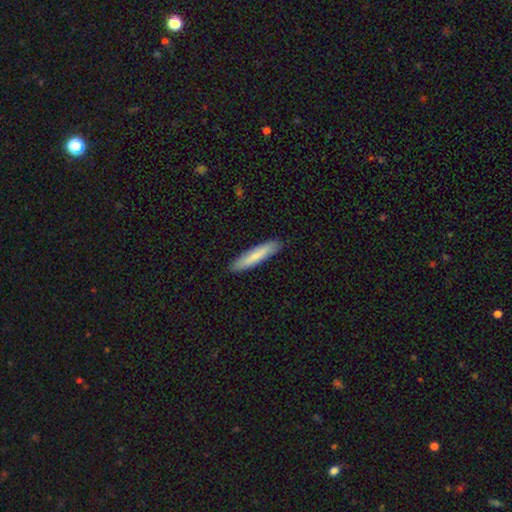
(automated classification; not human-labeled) A smooth galaxy with no disk features (76%) that is cigar-shaped (86%).

Vote fractions:
- Smooth or featured? smooth: 76% / featured or disk: 18% / star or artifact: 5%
- How rounded? cigar-shaped: 86% / in between: 13% / round: 1%
- Merging? none: 89% / minor disturbance: 8% / major disturbance: 2% / merger: 1%